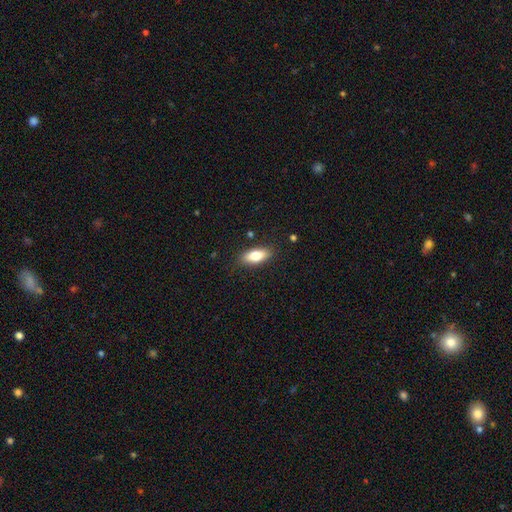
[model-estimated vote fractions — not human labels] Overall: smooth (77%). How rounded: in between (80%). Merging: none (85%).